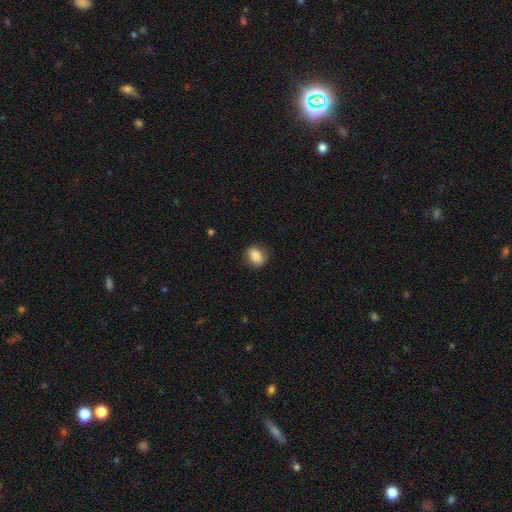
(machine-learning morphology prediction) type=smooth (82%); roundness=in between (67%); merging=none (83%).